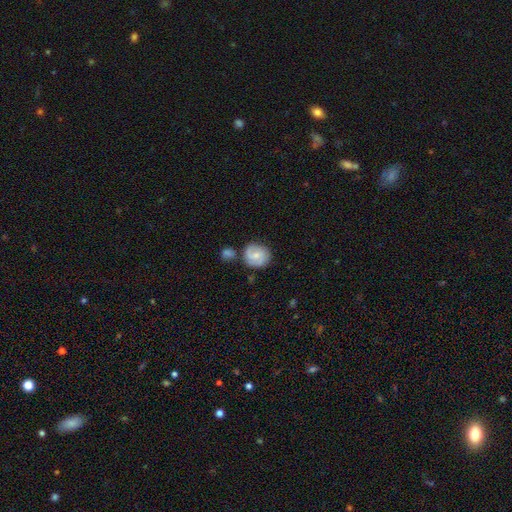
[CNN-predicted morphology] This appears to be a smooth galaxy with no disk features (48%). Merging: none (63%).